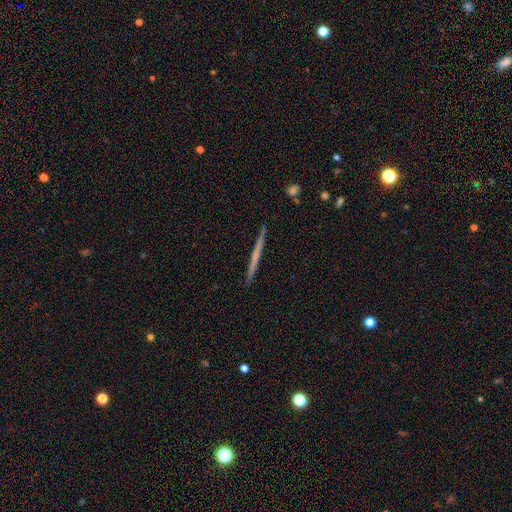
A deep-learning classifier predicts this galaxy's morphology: Q: Smooth or featured?
A: featured or disk (52%); runner-up: smooth (43%)
Q: Edge-on disk?
A: yes (98%); runner-up: no (2%)
Q: Edge-on bulge?
A: none (89%); runner-up: rounded (8%)
Q: Merging?
A: none (93%); runner-up: minor disturbance (5%)